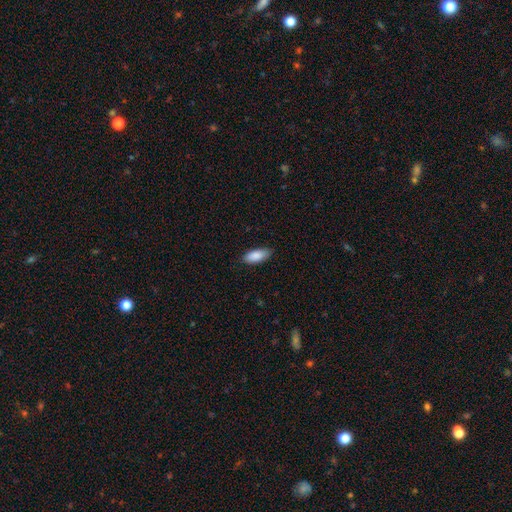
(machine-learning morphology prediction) Smooth or featured?
  - smooth: 88% *
  - featured or disk: 6%
  - star or artifact: 6%
How rounded?
  - in between: 84% *
  - cigar-shaped: 15%
  - round: 2%
Merging?
  - none: 82% *
  - minor disturbance: 14%
  - major disturbance: 2%
  - merger: 1%